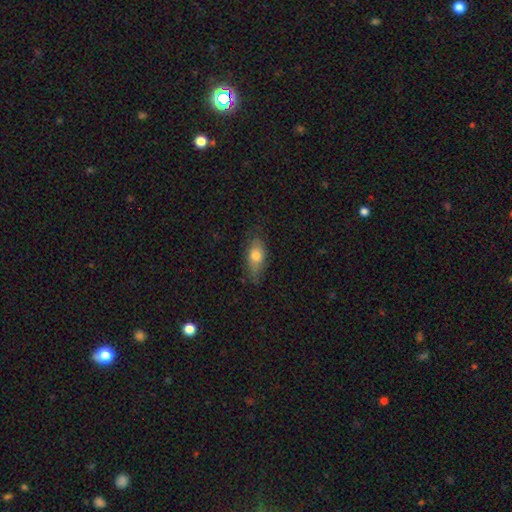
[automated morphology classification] A smooth galaxy with no disk features (73%) that is in between round and cigar-shaped (82%).

Vote fractions:
- Smooth or featured? smooth: 73% / featured or disk: 20% / star or artifact: 7%
- How rounded? in between: 82% / cigar-shaped: 12% / round: 6%
- Merging? none: 69% / minor disturbance: 23% / major disturbance: 6% / merger: 1%